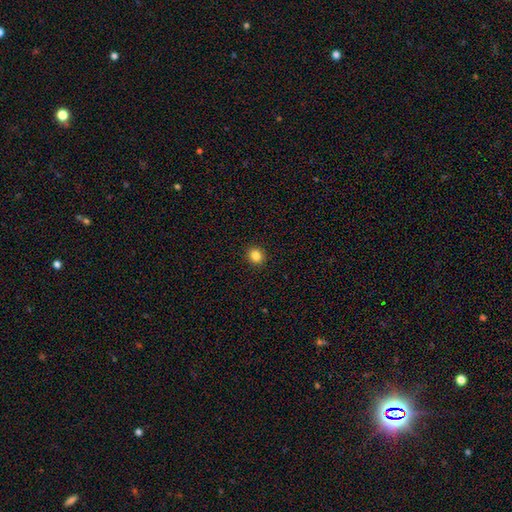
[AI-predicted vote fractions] Smooth or featured? Predicted: smooth (p=0.84). How rounded? Predicted: round (p=0.79). Merging? Predicted: none (p=0.93).